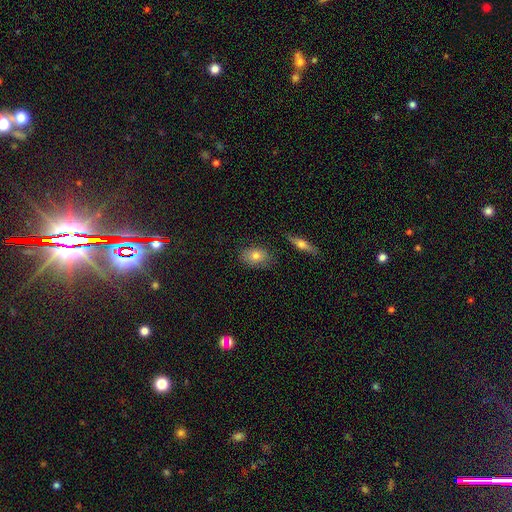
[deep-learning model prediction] Smooth or featured? Predicted: smooth (p=0.75). How rounded? Predicted: in between (p=0.79). Merging? Predicted: none (p=0.78).